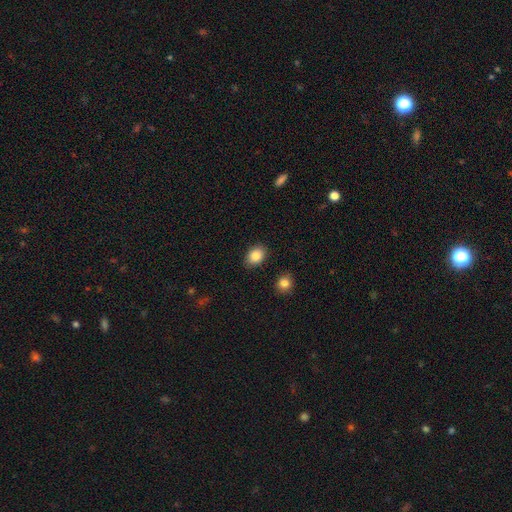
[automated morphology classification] Overall: smooth (85%). How rounded: in between (68%; round 31%). Merging: none (87%).